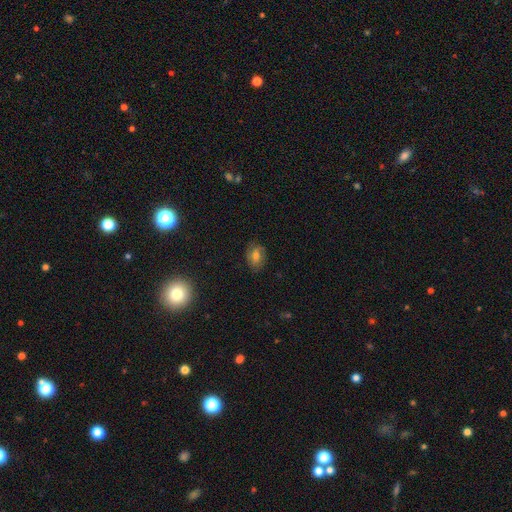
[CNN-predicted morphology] A smooth galaxy with no disk features (50%) that is in between round and cigar-shaped (74%). Merging: none (77%).